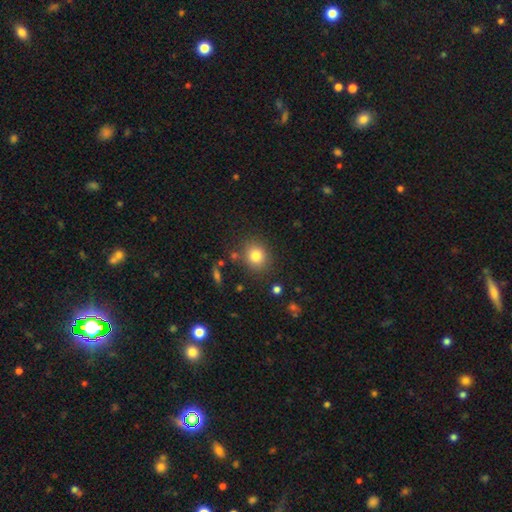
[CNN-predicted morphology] Smooth or featured? Predicted: smooth (p=0.80). How rounded? Predicted: round (p=0.74). Merging? Predicted: none (p=0.83).